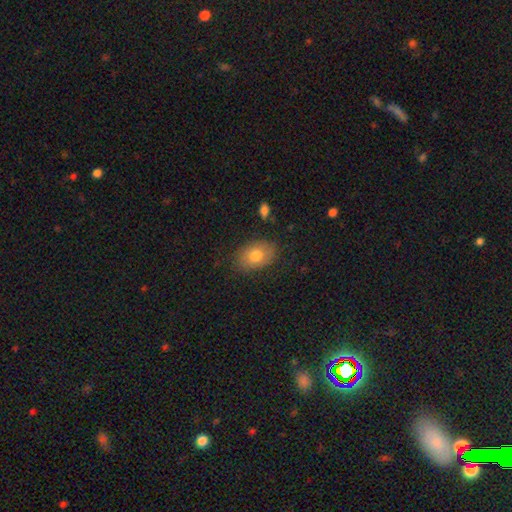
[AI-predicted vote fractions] Smooth or featured? smooth (76%)
How rounded? in between (82%)
Merging? none (78%)